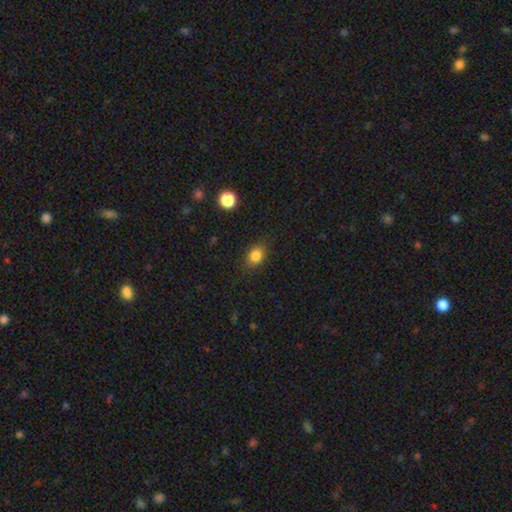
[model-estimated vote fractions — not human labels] This is clearly a smooth galaxy (83%). How rounded: likely in between (65%). Merging: clearly none (83%).